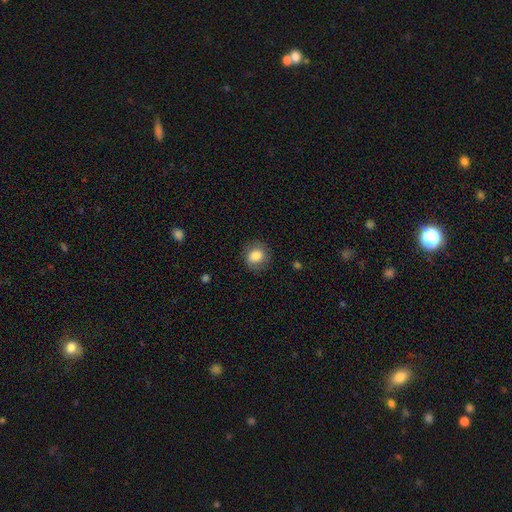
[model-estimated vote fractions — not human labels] A smooth galaxy with no disk features (82%) that is round (75%). Merging: none (79%).